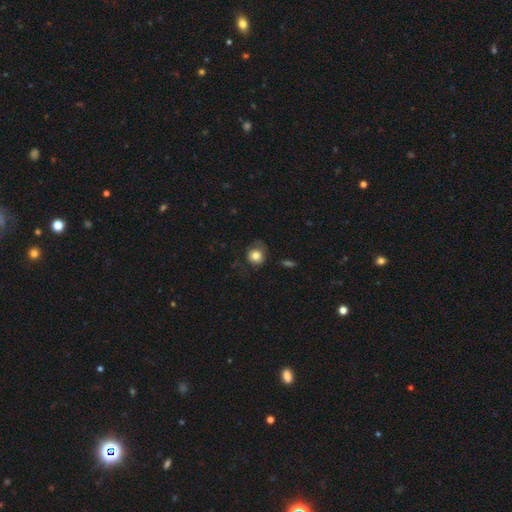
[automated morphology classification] smooth-or-featured: smooth: 79% | featured or disk: 12% | star or artifact: 9%
  how-rounded: round: 84% | in between: 15% | cigar-shaped: 1%
  merging: none: 62% | minor disturbance: 24% | major disturbance: 12% | merger: 2%